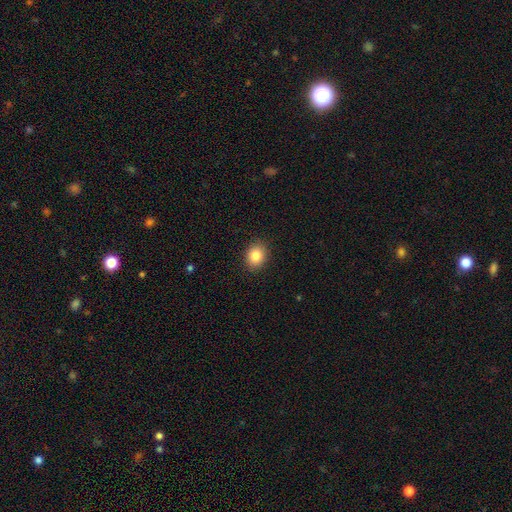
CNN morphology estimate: smooth-or-featured: smooth: 85% | star or artifact: 9% | featured or disk: 6%
  how-rounded: round: 52% | in between: 47% | cigar-shaped: 1%
  merging: none: 89% | minor disturbance: 8% | major disturbance: 2% | merger: 1%